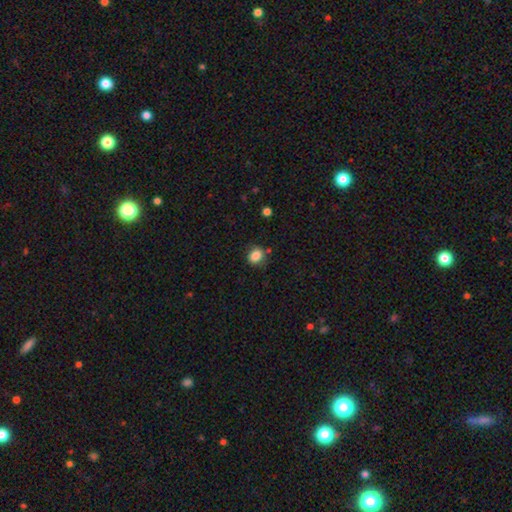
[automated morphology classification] Smooth or featured? smooth (85%)
How rounded? round (58%)
Merging? none (76%)